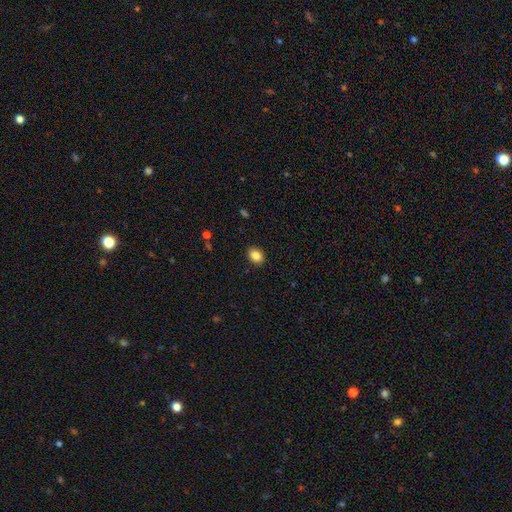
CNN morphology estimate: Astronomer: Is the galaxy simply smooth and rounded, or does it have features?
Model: smooth — 86%.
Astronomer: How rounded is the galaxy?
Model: in between — 60% (runner-up: round, 39%).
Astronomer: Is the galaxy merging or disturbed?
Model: none — 90%.